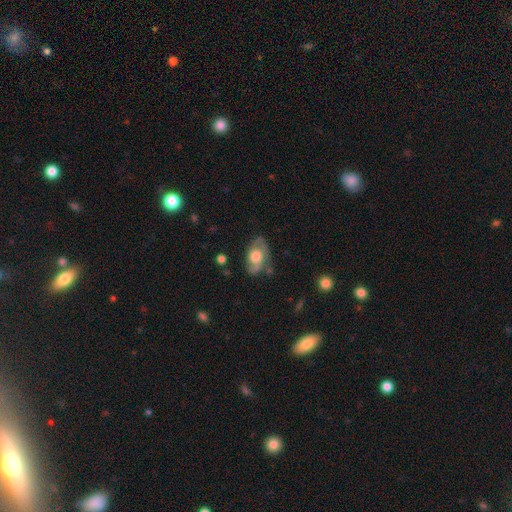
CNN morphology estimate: featured or disk 61%, smooth 33%, star or artifact 7%. Down the decision tree: edge-on disk — no (92%); bar — no (77%); spiral arms — yes (72%); bulge size — large (45%); merging — none (60%).